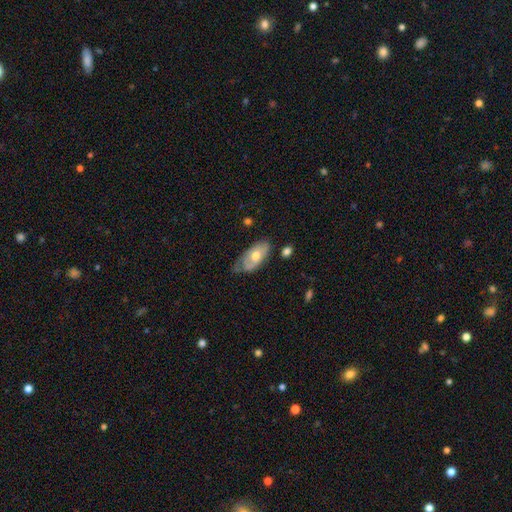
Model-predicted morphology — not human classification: Overall: smooth (49%; featured or disk 46%). Merging: none (52%; minor disturbance 34%).